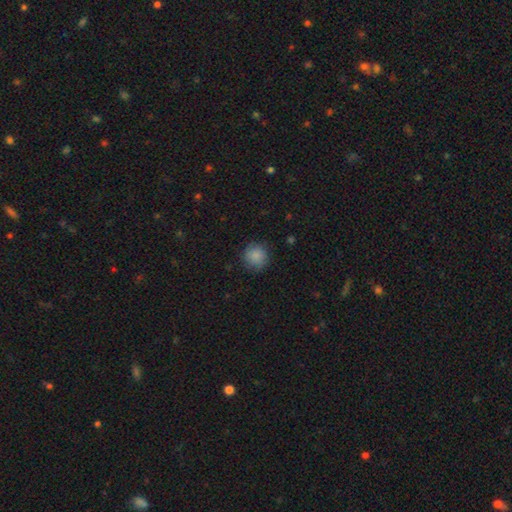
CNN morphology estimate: Overall: smooth (85%). How rounded: round (92%). Merging: none (82%).